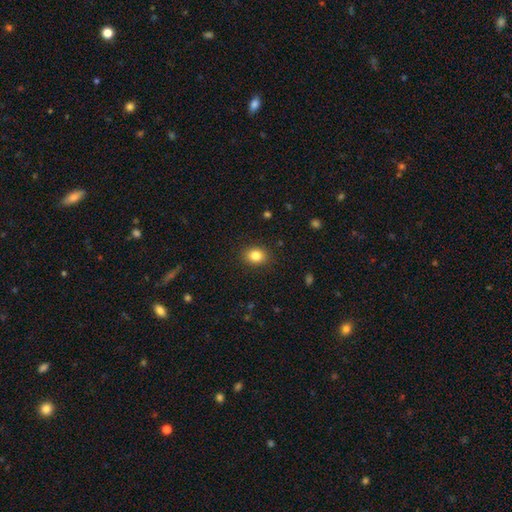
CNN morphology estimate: type=smooth (83%); roundness=round (53%); merging=none (89%).